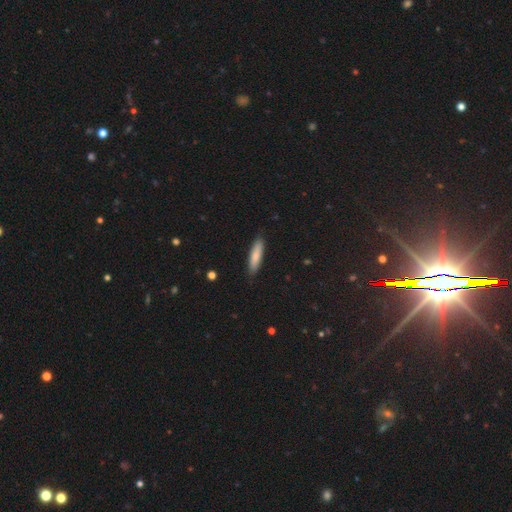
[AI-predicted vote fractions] Smooth or featured? smooth (81%)
How rounded? cigar-shaped (77%)
Merging? none (88%)